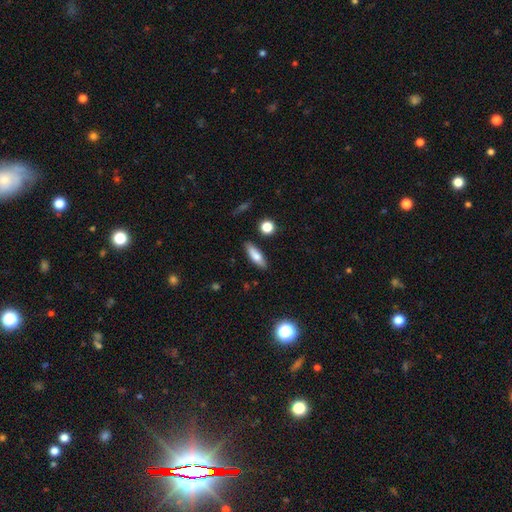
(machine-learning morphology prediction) A smooth galaxy with no disk features (74%) that is in between round and cigar-shaped (49%). Merging: none (85%).